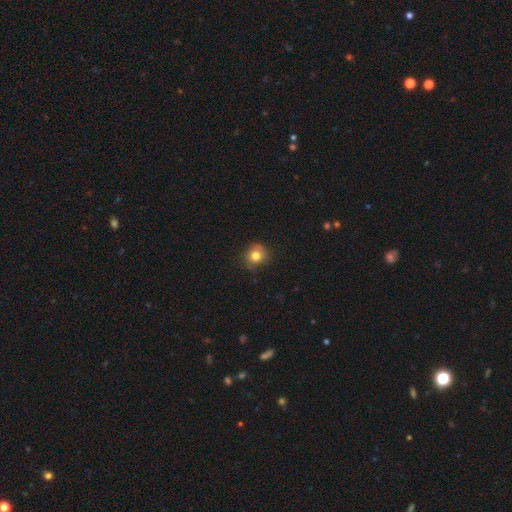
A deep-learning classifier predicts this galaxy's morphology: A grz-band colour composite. It shows a smooth galaxy with no disk features (77%) that is round (84%). Merging: none (73%).